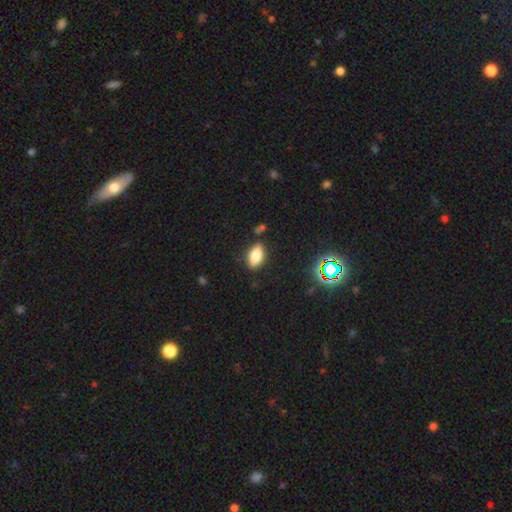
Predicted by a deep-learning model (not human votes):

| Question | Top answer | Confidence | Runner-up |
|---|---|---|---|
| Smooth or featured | smooth | 77% | featured or disk (12%) |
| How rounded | in between | 87% | cigar-shaped (8%) |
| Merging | none | 83% | minor disturbance (12%) |